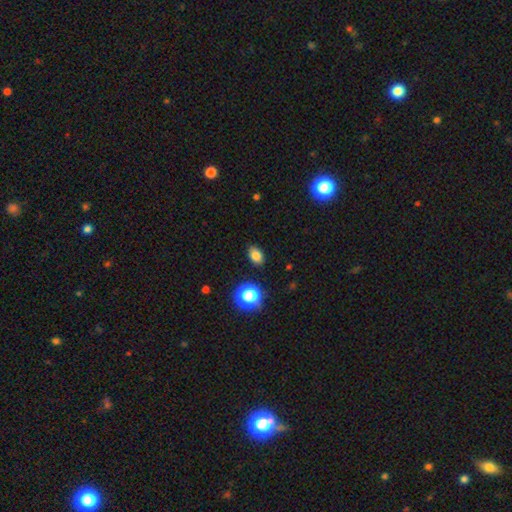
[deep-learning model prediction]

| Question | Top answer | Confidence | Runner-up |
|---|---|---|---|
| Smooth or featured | smooth | 80% | star or artifact (14%) |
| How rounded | in between | 78% | round (21%) |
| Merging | none | 87% | minor disturbance (9%) |